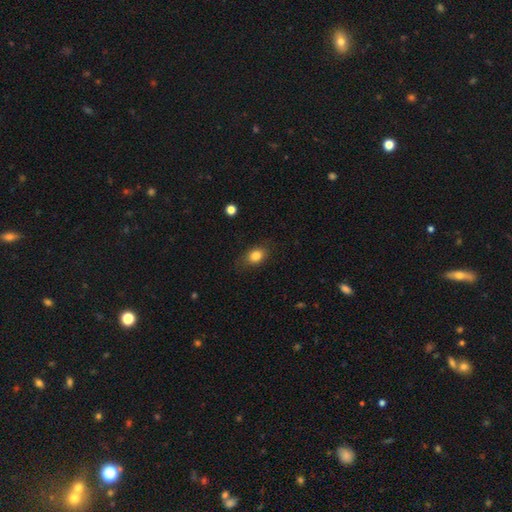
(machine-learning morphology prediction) Smooth or featured? Predicted: smooth (p=0.82). How rounded? Predicted: in between (p=0.71). Merging? Predicted: none (p=0.77).